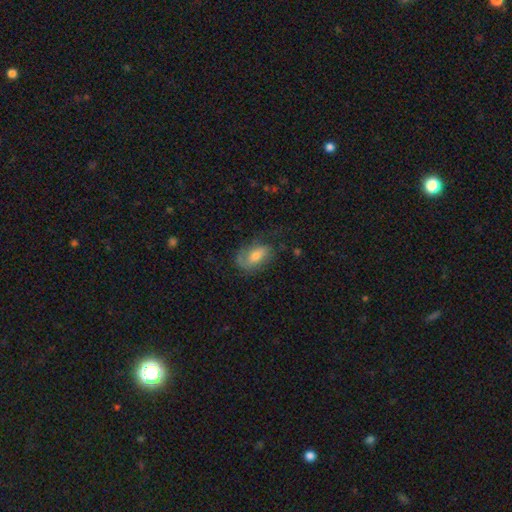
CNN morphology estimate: type=featured or disk (46%, tied with smooth); merging=none (56%).